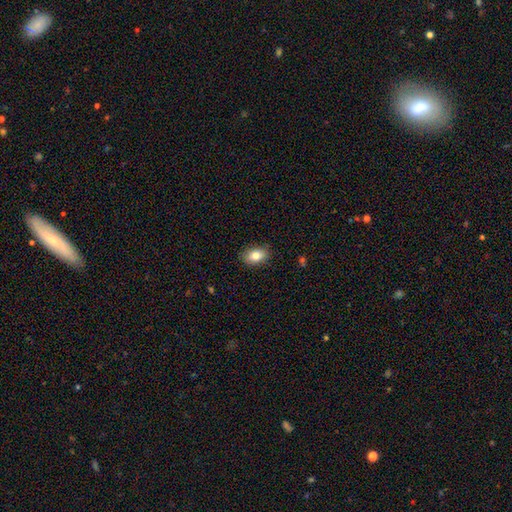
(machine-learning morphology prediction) type=smooth (82%); roundness=in between (84%); merging=none (87%).